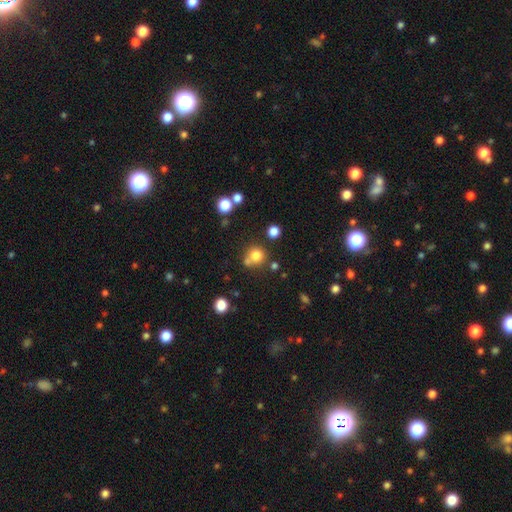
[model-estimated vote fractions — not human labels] Overall: smooth (77%). How rounded: round (89%). Merging: none (63%; merger 23%).